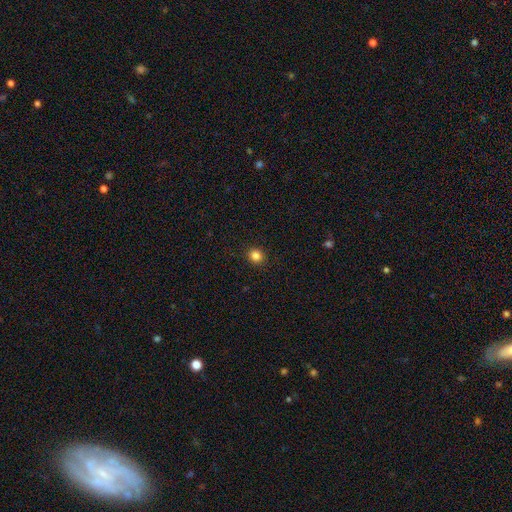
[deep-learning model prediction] smooth_or_featured: smooth (p=0.84) [alt: star or artifact p=0.12]
how_rounded: round (p=0.89) [alt: in between p=0.10]
merging: none (p=0.92) [alt: minor disturbance p=0.05]